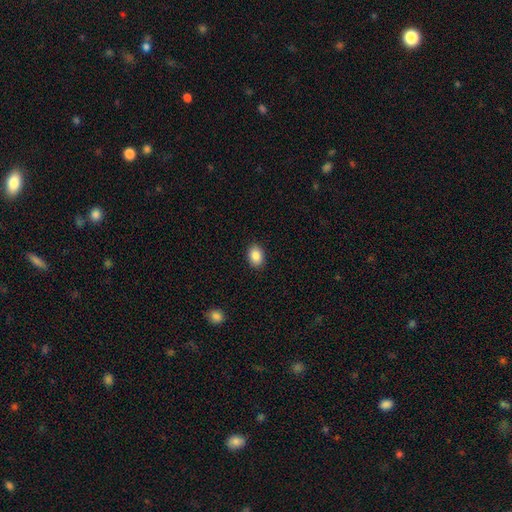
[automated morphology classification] A smooth galaxy with no disk features (87%) that is in between round and cigar-shaped (79%).

Vote fractions:
- Smooth or featured? smooth: 87% / star or artifact: 8% / featured or disk: 5%
- How rounded? in between: 79% / round: 20% / cigar-shaped: 1%
- Merging? none: 90% / minor disturbance: 7% / major disturbance: 2% / merger: 1%